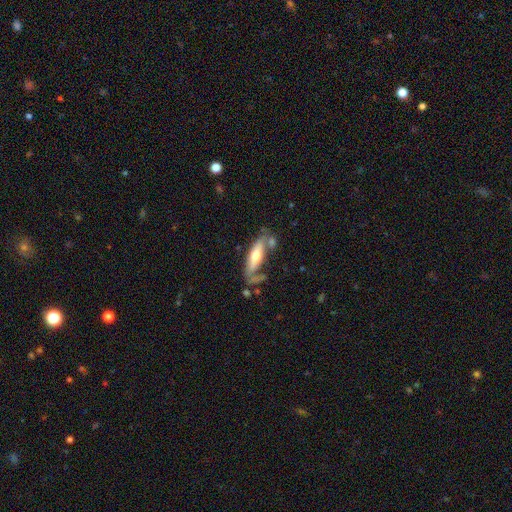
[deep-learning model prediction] Morphology: type=smooth (49%); merging=none (47%).